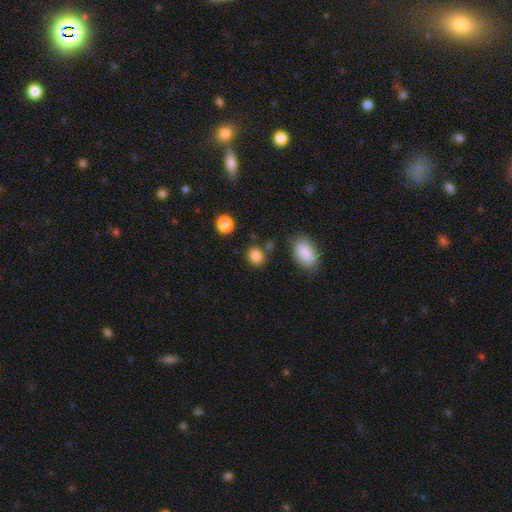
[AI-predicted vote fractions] Morphology: type=smooth (85%); roundness=round (69%); merging=none (80%).